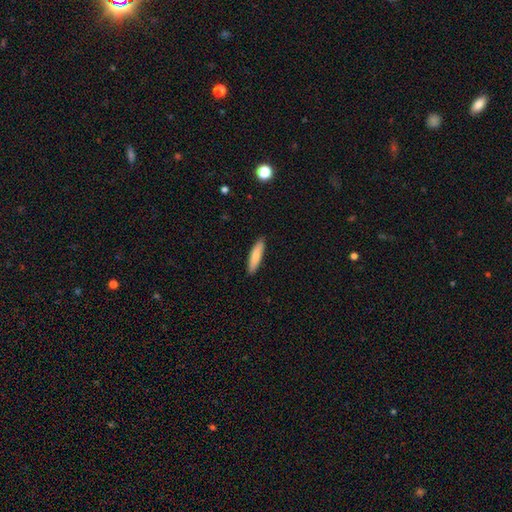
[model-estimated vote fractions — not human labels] Morphology: type=smooth (80%); roundness=cigar-shaped (76%); merging=none (89%).